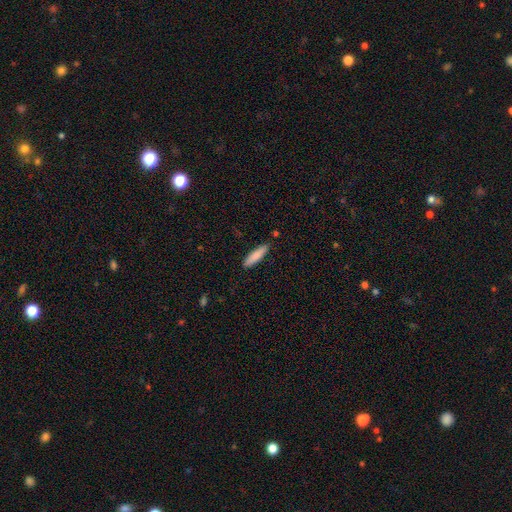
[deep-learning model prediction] Overall: smooth (84%). How rounded: cigar-shaped (73%). Merging: none (87%).